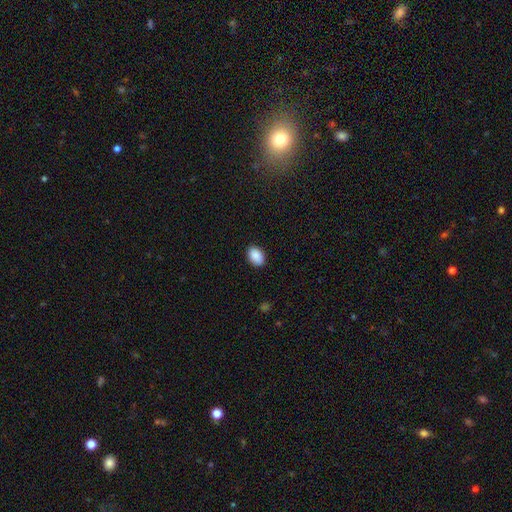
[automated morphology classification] Smooth or featured? smooth (89%)
How rounded? in between (85%)
Merging? none (89%)